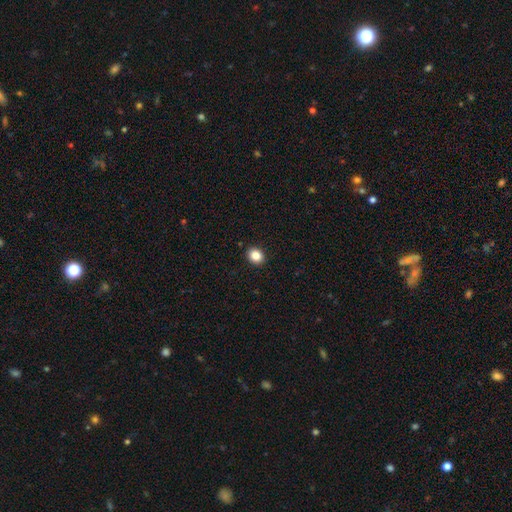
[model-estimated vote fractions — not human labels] Smooth or featured? Predicted: smooth (p=0.86). How rounded? Predicted: round (p=0.60). Merging? Predicted: none (p=0.92).